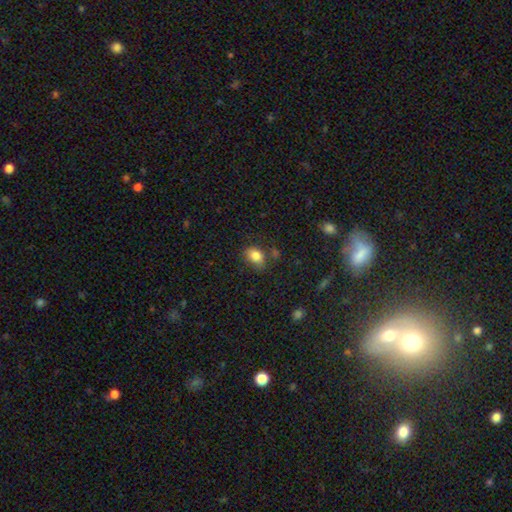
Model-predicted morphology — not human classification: Smooth or featured? smooth (83%)
How rounded? in between (75%)
Merging? none (64%)